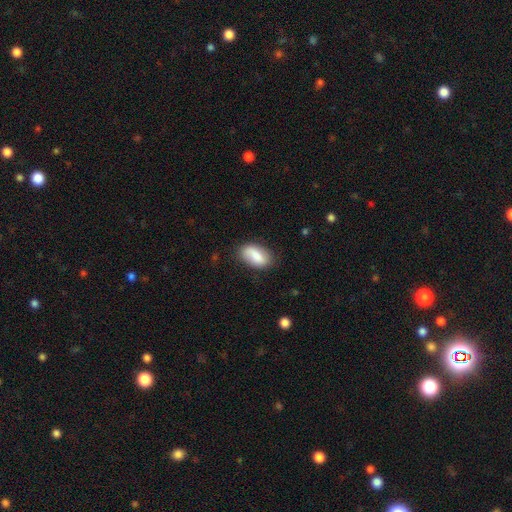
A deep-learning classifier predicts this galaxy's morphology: Q: Smooth or featured?
A: smooth (76%); runner-up: featured or disk (17%)
Q: How rounded?
A: in between (92%); runner-up: round (4%)
Q: Merging?
A: none (77%); runner-up: minor disturbance (18%)